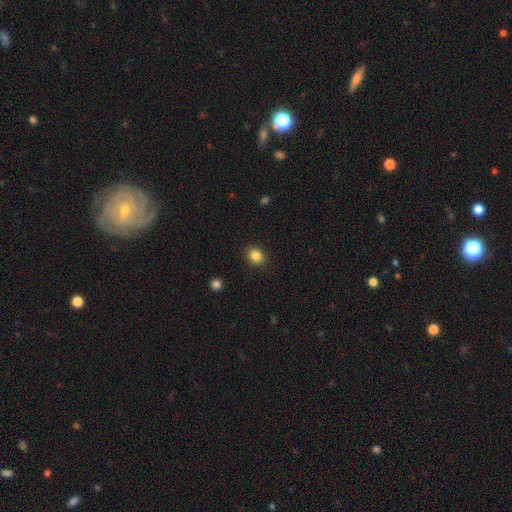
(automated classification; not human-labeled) smooth-or-featured: smooth: 85% | star or artifact: 11% | featured or disk: 4%
  how-rounded: round: 65% | in between: 34% | cigar-shaped: 1%
  merging: none: 90% | minor disturbance: 7% | major disturbance: 2% | merger: 1%